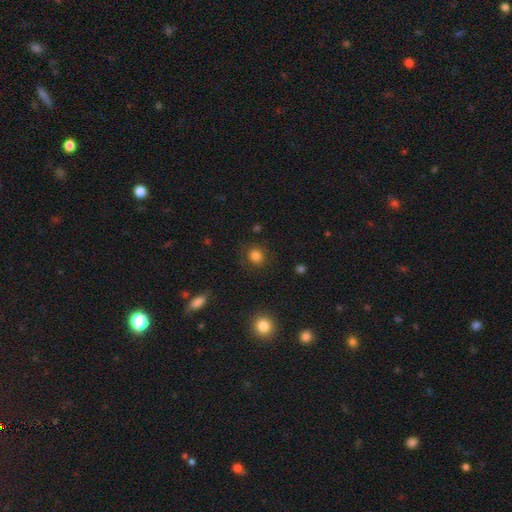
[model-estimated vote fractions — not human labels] A smooth galaxy with no disk features (82%) that is round (81%). Merging: none (85%).